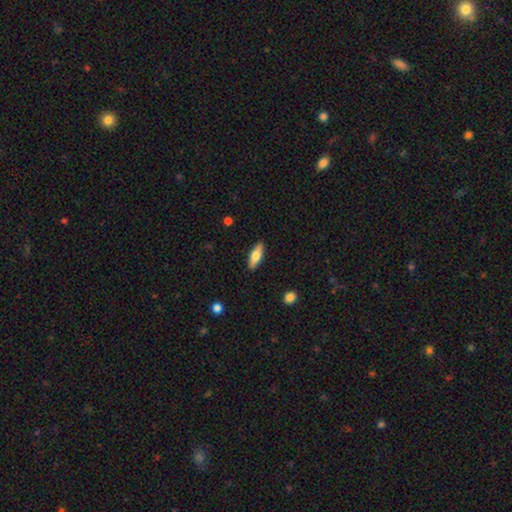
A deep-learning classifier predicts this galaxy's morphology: Q: Smooth or featured?
A: smooth (64%); runner-up: featured or disk (30%)
Q: How rounded?
A: in between (55%); runner-up: cigar-shaped (42%)
Q: Merging?
A: none (89%); runner-up: minor disturbance (8%)